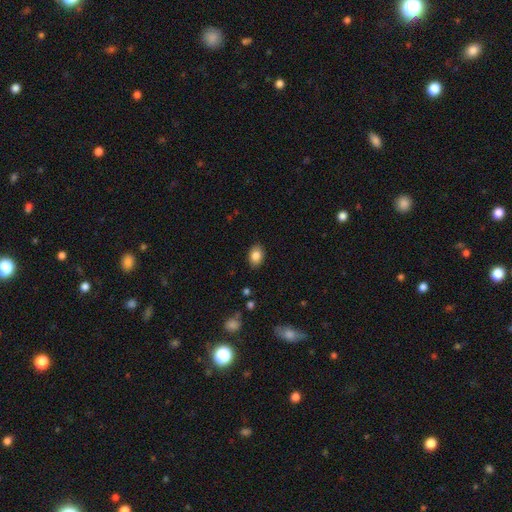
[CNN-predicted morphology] type=smooth (84%); roundness=in between (78%); merging=none (87%).